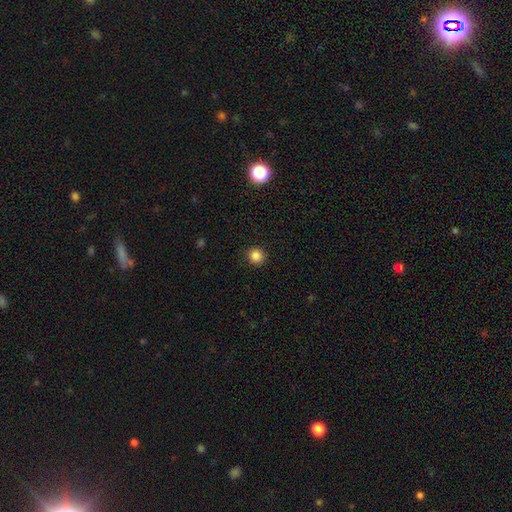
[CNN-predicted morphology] This appears to be a smooth galaxy with no disk features (85%) that is round (92%). Merging: none (91%).